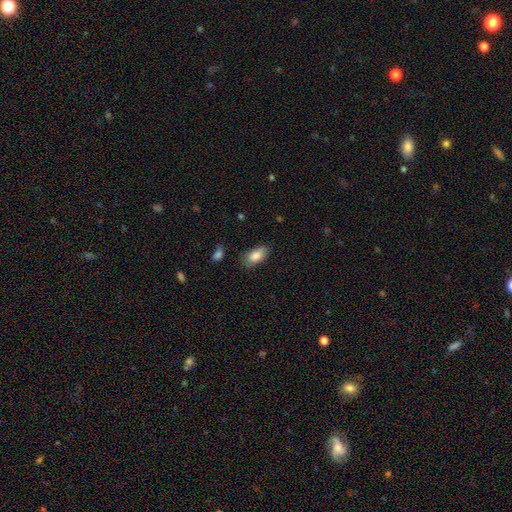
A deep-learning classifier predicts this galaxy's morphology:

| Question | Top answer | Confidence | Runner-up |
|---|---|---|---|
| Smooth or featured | smooth | 86% | featured or disk (7%) |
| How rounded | in between | 92% | round (5%) |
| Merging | none | 76% | minor disturbance (18%) |